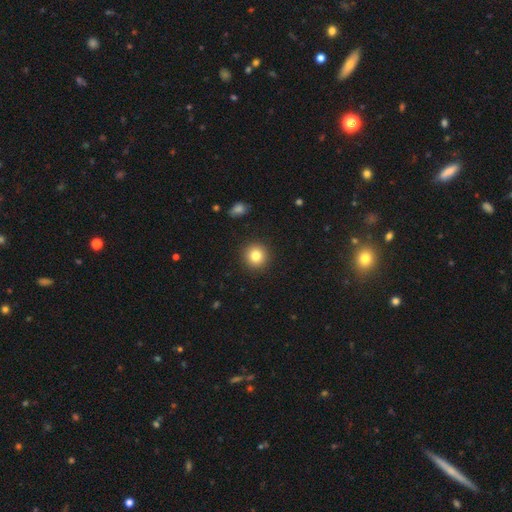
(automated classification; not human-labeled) A smooth galaxy with no disk features (82%) that is round (94%). Merging: none (92%).